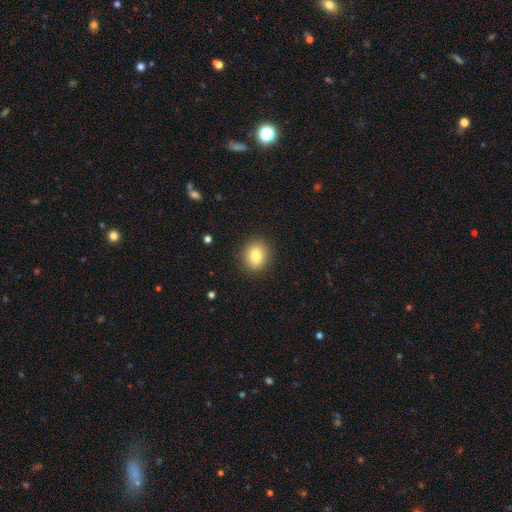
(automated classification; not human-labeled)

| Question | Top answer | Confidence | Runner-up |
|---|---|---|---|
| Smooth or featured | smooth | 83% | star or artifact (9%) |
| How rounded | round | 63% | in between (36%) |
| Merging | none | 89% | minor disturbance (8%) |